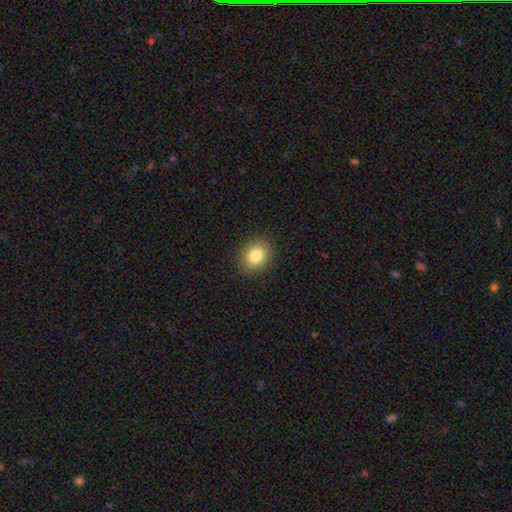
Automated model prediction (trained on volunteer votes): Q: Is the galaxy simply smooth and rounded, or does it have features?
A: smooth — 82%.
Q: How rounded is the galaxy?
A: round — 55%.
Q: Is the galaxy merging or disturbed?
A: none — 88%.